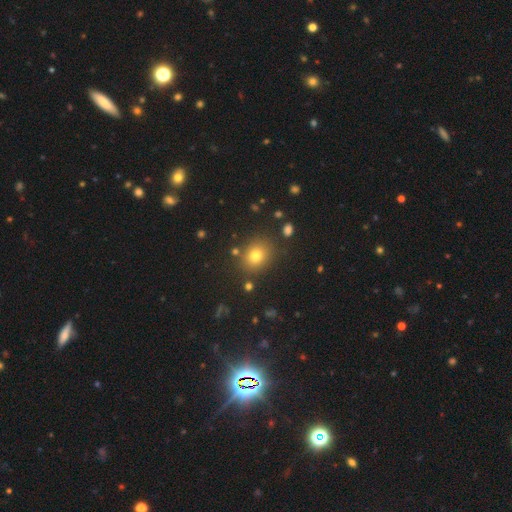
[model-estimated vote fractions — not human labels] smooth-or-featured: smooth: 77% | star or artifact: 15% | featured or disk: 8%
  how-rounded: round: 61% | in between: 38% | cigar-shaped: 1%
  merging: none: 84% | minor disturbance: 9% | merger: 4% | major disturbance: 3%